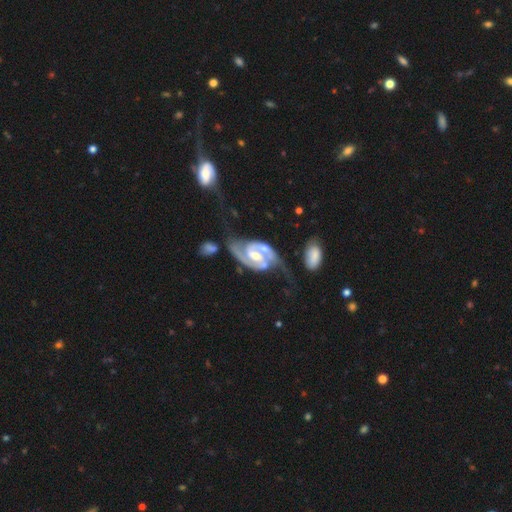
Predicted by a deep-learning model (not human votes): Smooth or featured: featured or disk — 92% (smooth — 4%)
Edge-on disk: no — 97% (yes — 3%)
Bar: weak — 43% (strong — 36%)
Spiral arms: yes — 98% (no — 2%)
Spiral winding: medium — 50% (tight — 31%)
Spiral arm count: 2 — 92% (can't tell — 3%)
Bulge size: moderate — 60% (small — 30%)
Merging: none — 41% (merger — 21%)